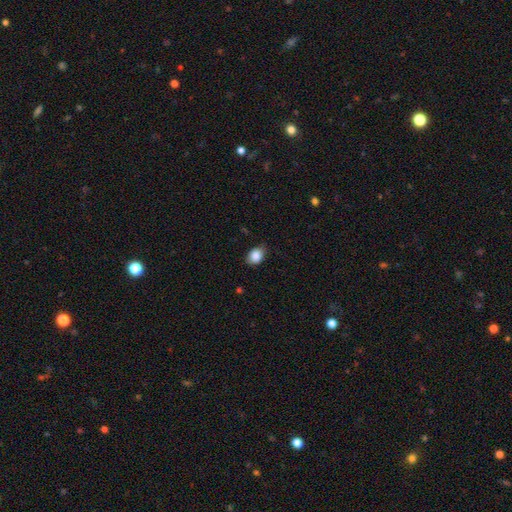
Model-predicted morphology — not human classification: Smooth or featured: smooth — 87% (star or artifact — 8%)
How rounded: in between — 73% (round — 26%)
Merging: none — 78% (minor disturbance — 18%)